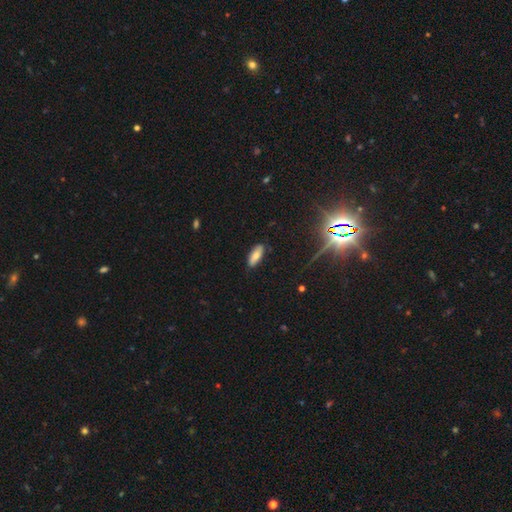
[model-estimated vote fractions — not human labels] Overall: smooth (76%). How rounded: in between (74%). Merging: none (84%).